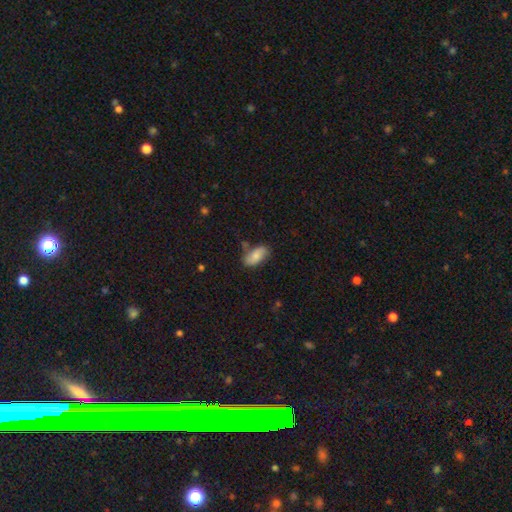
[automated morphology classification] smooth 74%, featured or disk 19%, star or artifact 7%. Down the decision tree: how rounded — in between (92%); merging — none (67%).